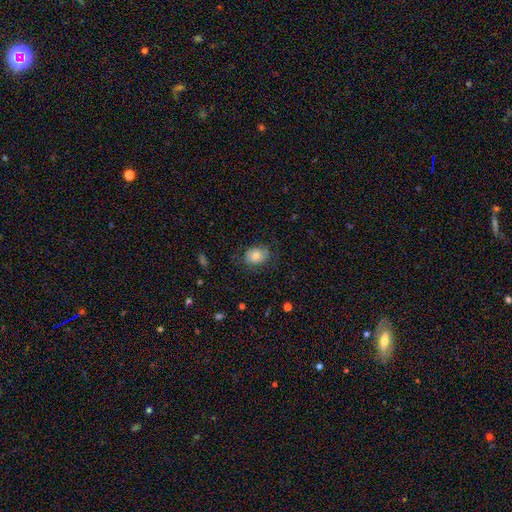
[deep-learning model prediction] A smooth galaxy with no disk features (71%) that is in between round and cigar-shaped (56%). Merging: none (69%).